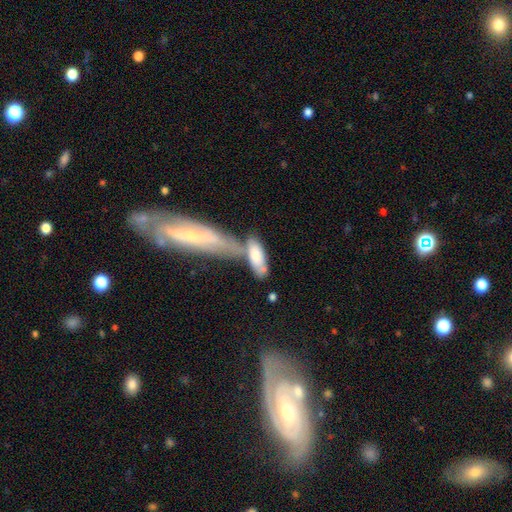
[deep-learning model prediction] A smooth galaxy with no disk features (69%) that is in between round and cigar-shaped (64%).

Vote fractions:
- Smooth or featured? smooth: 69% / featured or disk: 26% / star or artifact: 5%
- How rounded? in between: 64% / cigar-shaped: 33% / round: 2%
- Merging? merger: 45% / none: 33% / minor disturbance: 14% / major disturbance: 8%